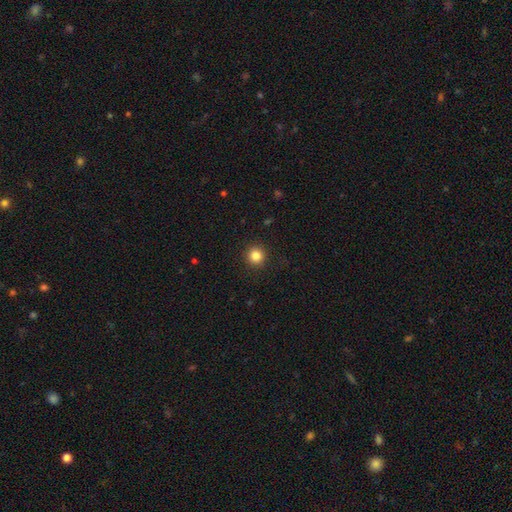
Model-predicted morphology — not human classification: Smooth or featured?
  - smooth: 84% *
  - star or artifact: 12%
  - featured or disk: 5%
How rounded?
  - round: 94% *
  - in between: 5%
  - cigar-shaped: 1%
Merging?
  - none: 92% *
  - minor disturbance: 5%
  - major disturbance: 2%
  - merger: 1%